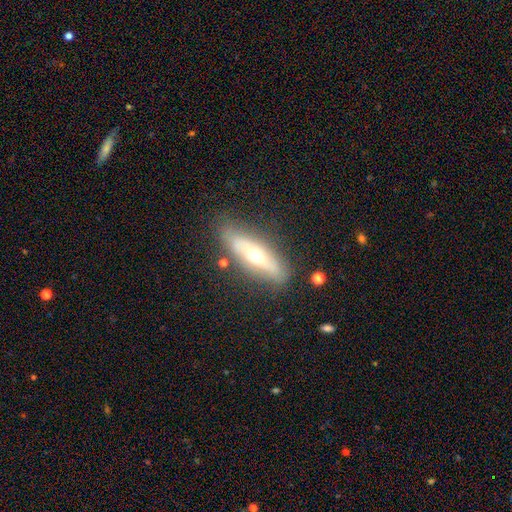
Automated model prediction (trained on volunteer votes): smooth-or-featured: featured or disk: 56% | smooth: 37% | star or artifact: 7%
  disk-edge-on: yes: 56% | no: 44%
  merging: none: 78% | minor disturbance: 15% | major disturbance: 4% | merger: 3%